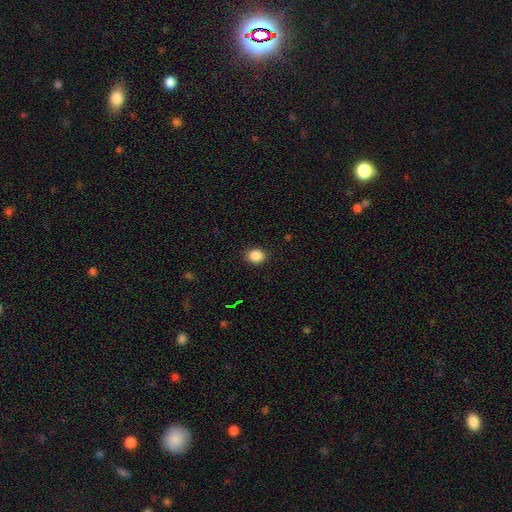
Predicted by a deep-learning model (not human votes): This appears to be a smooth galaxy with no disk features (87%) that is round (53%). Merging: none (89%).